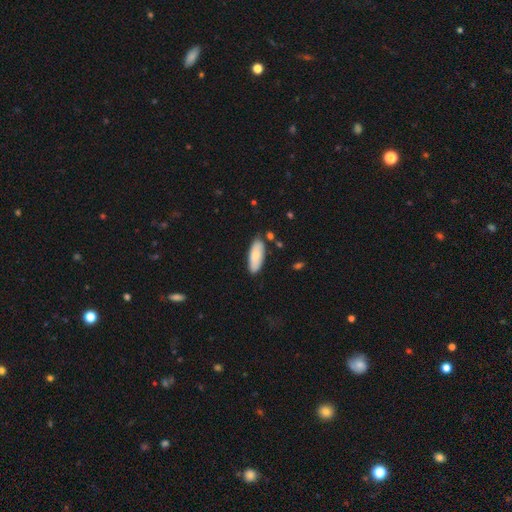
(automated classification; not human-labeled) This is likely a smooth galaxy (77%). How rounded: likely in between (76%). Merging: likely none (79%).